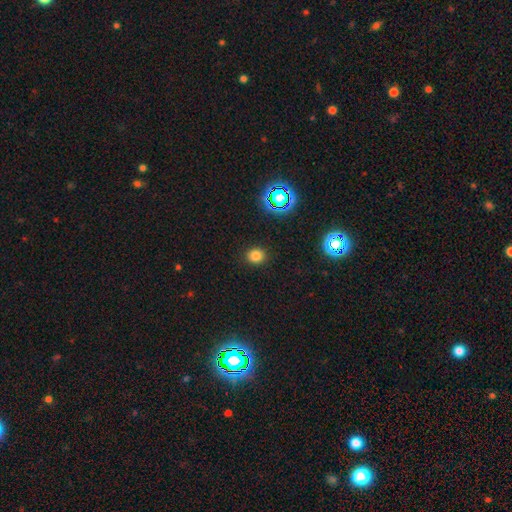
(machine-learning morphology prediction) A smooth galaxy with no disk features (78%) that is round (78%). Merging: none (90%).